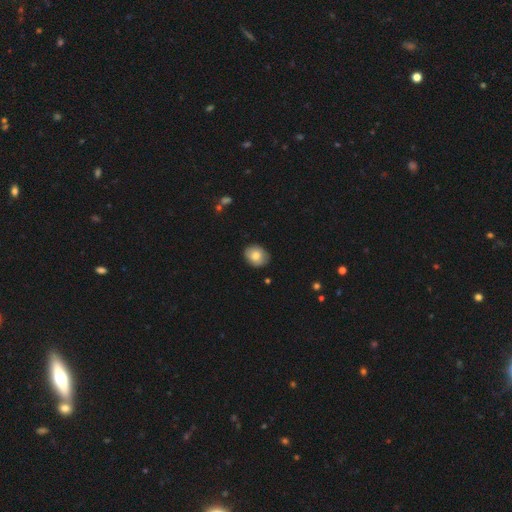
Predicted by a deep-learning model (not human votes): A smooth galaxy with no disk features (78%) that is round (57%).

Vote fractions:
- Smooth or featured? smooth: 78% / featured or disk: 14% / star or artifact: 7%
- How rounded? round: 57% / in between: 42% / cigar-shaped: 1%
- Merging? none: 84% / minor disturbance: 13% / major disturbance: 2% / merger: 1%